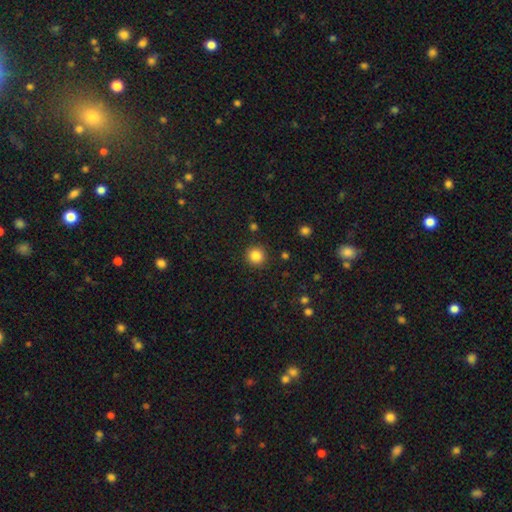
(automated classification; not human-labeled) smooth_or_featured: smooth (p=0.85) [alt: star or artifact p=0.11]
how_rounded: round (p=0.94) [alt: in between p=0.05]
merging: none (p=0.91) [alt: minor disturbance p=0.06]